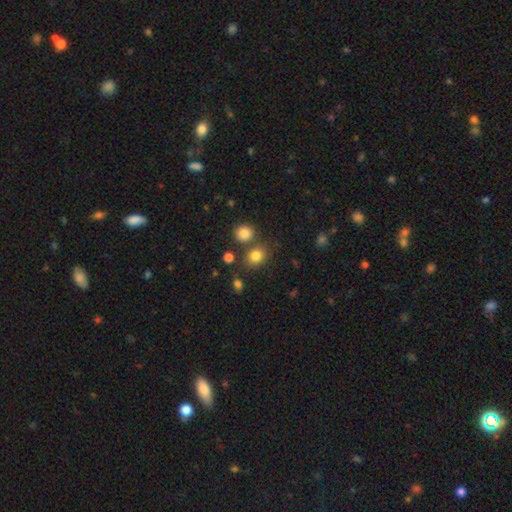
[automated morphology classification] This appears to be a smooth galaxy with no disk features (81%) that is round (59%). Merging: none (70%).